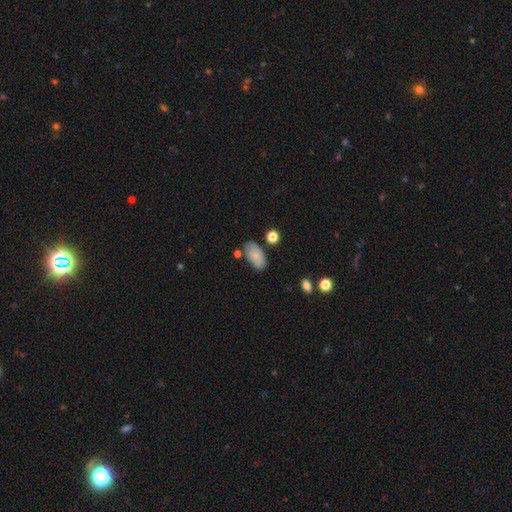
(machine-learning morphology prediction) Smooth or featured? smooth (84%)
How rounded? in between (93%)
Merging? none (72%)